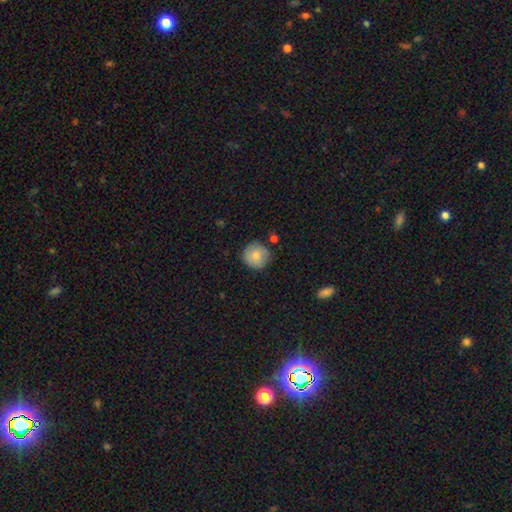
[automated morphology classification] This appears to be a smooth galaxy with no disk features (79%) that is round (94%). Merging: none (82%).